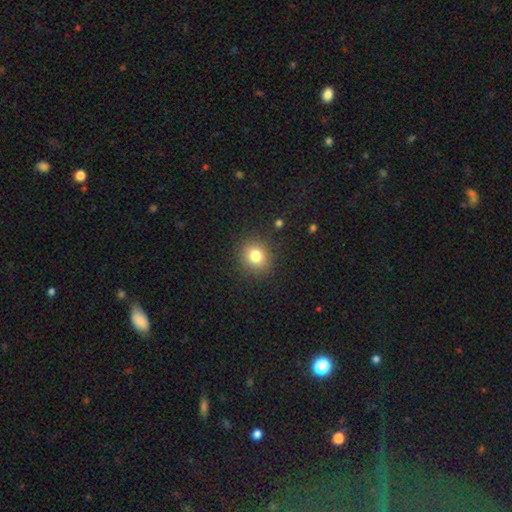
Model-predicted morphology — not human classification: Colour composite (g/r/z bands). It shows a smooth galaxy with no disk features (80%) that is round (81%). Merging: none (89%).